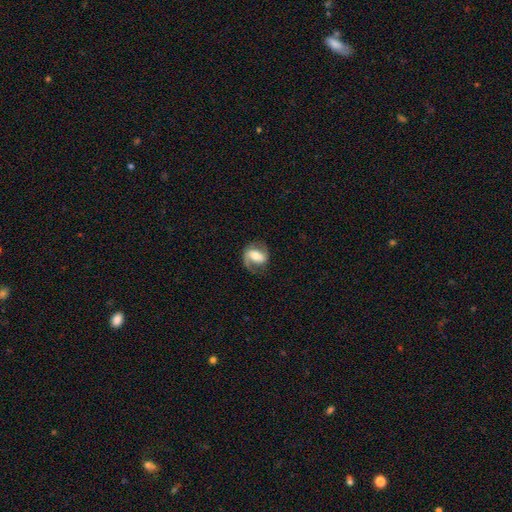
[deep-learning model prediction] The model was most divided on "bar": strong: 42%, weak: 36%, no: 22%. Remaining: edge-on disk — no (96%); spiral arms — yes (89%); smooth or featured — featured or disk (71%); merging — none (68%); spiral arm count — 2 (67%); bulge size — moderate (57%); spiral winding — medium (46%).